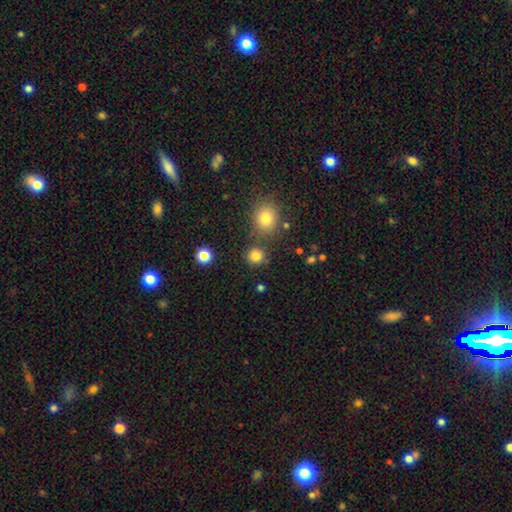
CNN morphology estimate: This is clearly a smooth galaxy (82%). How rounded: clearly round (90%). Merging: clearly none (81%).